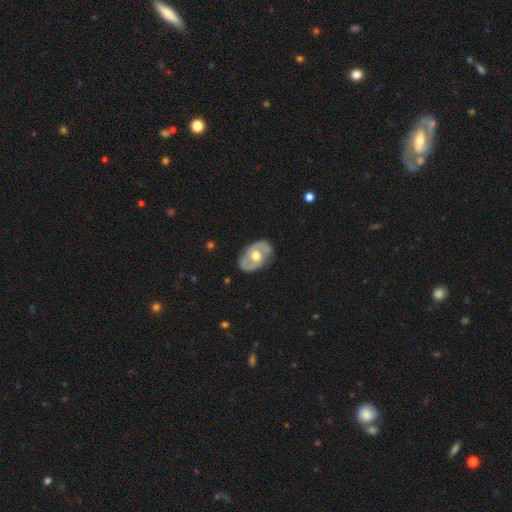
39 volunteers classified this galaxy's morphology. A featured or disk galaxy (77%) with no bar (63%), 2 (75%) medium (56%) spiral arms (59%) and a moderate central bulge (85%).

Vote fractions:
- Smooth or featured? featured or disk: 77% / smooth: 18% / star or artifact: 5%
- Edge-on disk? no: 90% / yes: 10%
- Bar? no: 63% / weak: 30% / strong: 7%
- Spiral arms? yes: 59% / no: 41%
- Spiral winding? medium: 56% / tight: 25% / loose: 19%
- Spiral arm count? 2: 75% / can't tell: 25% / 1: 0% / 3: 0% / 4: 0% / more than 4: 0%
- Bulge size? moderate: 85% / large: 11% / small: 4% / dominant: 0% / none: 0%
- Merging? none: 76% / minor disturbance: 19% / major disturbance: 5% / merger: 0%